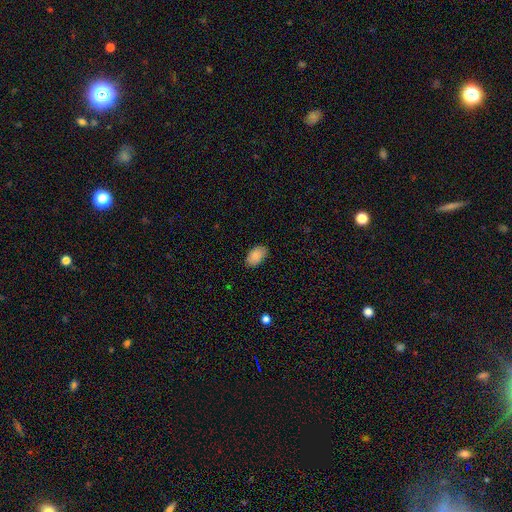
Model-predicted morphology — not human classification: This appears to be a smooth galaxy with no disk features (88%) that is in between round and cigar-shaped (92%). Merging: none (84%).